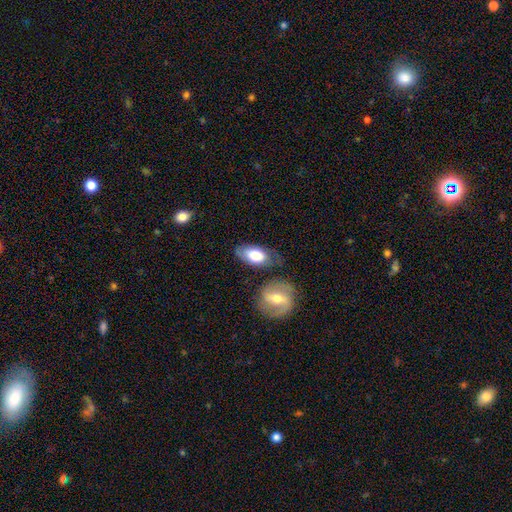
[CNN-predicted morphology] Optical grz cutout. It shows a smooth galaxy with no disk features (71%) that is in between round and cigar-shaped (92%). Merging: none (62%).